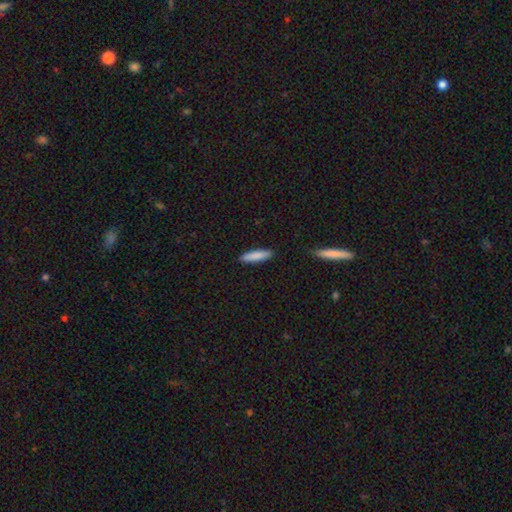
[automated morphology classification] smooth_or_featured: smooth (p=0.86) [alt: featured or disk p=0.09]
how_rounded: cigar-shaped (p=0.77) [alt: in between p=0.21]
merging: none (p=0.91) [alt: minor disturbance p=0.07]